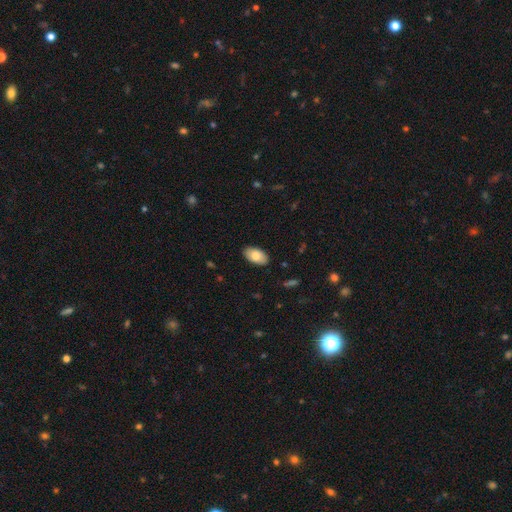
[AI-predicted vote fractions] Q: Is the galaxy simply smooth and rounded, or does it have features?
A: smooth — 80%.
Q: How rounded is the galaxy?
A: in between — 95%.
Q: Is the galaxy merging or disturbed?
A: none — 88%.